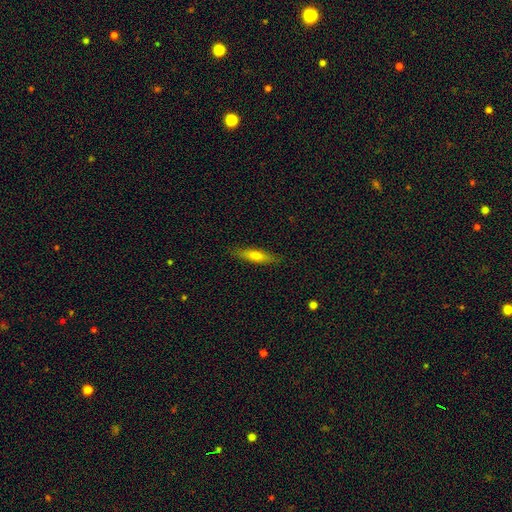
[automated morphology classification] smooth_or_featured: smooth (p=0.65) [alt: featured or disk p=0.28]
how_rounded: cigar-shaped (p=0.72) [alt: in between p=0.27]
merging: none (p=0.86) [alt: minor disturbance p=0.10]